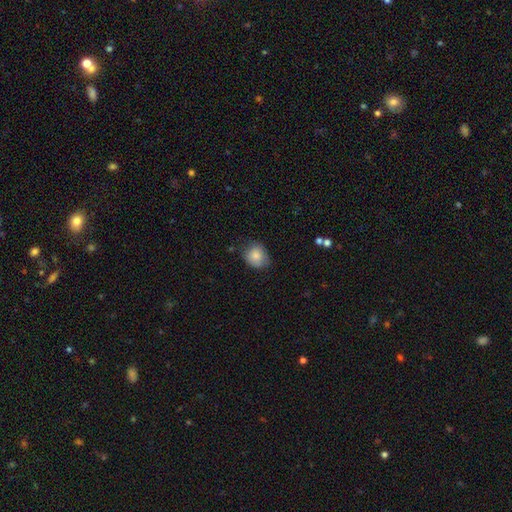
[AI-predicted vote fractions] A smooth galaxy with no disk features (84%) that is round (64%). Merging: none (67%).